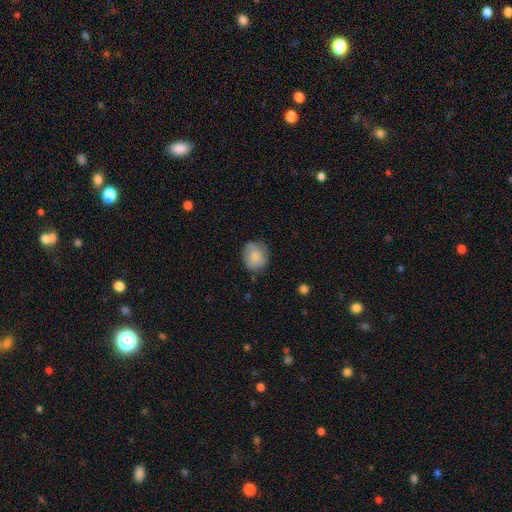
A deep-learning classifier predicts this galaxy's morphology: smooth_or_featured: smooth (p=0.82) [alt: featured or disk p=0.11]
how_rounded: round (p=0.72) [alt: in between p=0.27]
merging: none (p=0.75) [alt: minor disturbance p=0.19]